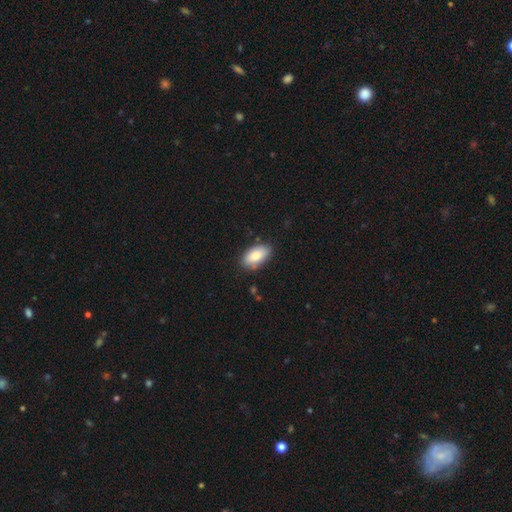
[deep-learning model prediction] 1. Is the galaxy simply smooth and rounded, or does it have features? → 85% smooth, 9% featured or disk, 7% star or artifact.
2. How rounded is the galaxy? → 94% in between, 3% round, 3% cigar-shaped.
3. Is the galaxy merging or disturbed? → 82% none, 13% minor disturbance, 3% major disturbance, 2% merger.